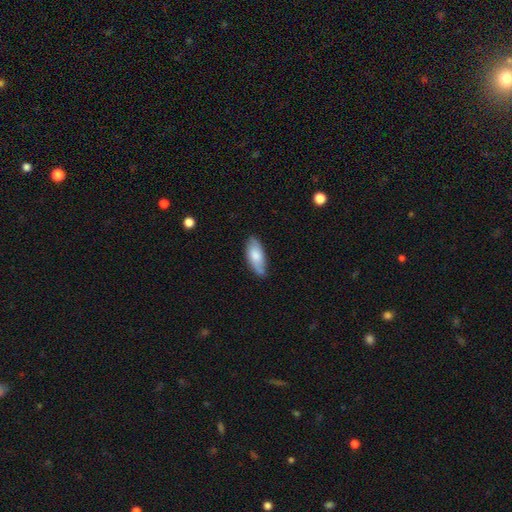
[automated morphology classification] A smooth galaxy with no disk features (70%) that is in between round and cigar-shaped (79%). Merging: none (74%).